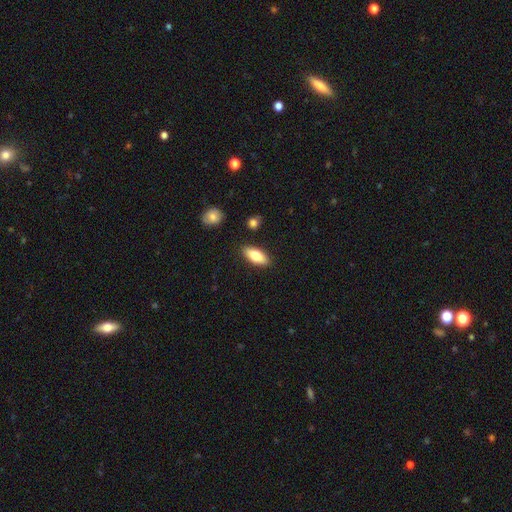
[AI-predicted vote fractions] A smooth galaxy with no disk features (78%) that is in between round and cigar-shaped (80%).

Vote fractions:
- Smooth or featured? smooth: 78% / featured or disk: 16% / star or artifact: 6%
- How rounded? in between: 80% / cigar-shaped: 17% / round: 2%
- Merging? none: 87% / minor disturbance: 9% / merger: 2% / major disturbance: 2%